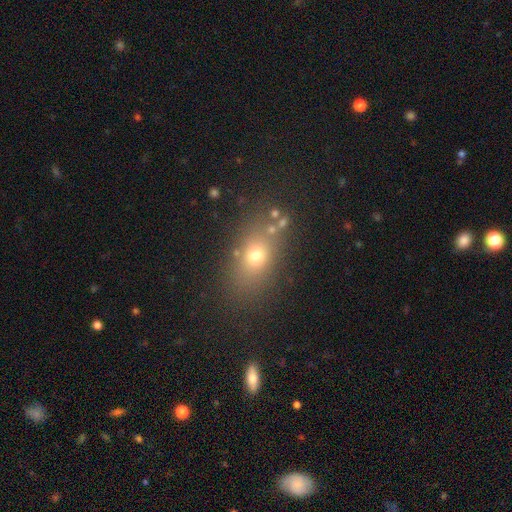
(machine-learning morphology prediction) smooth_or_featured: smooth (p=0.67) [alt: star or artifact p=0.18]
how_rounded: in between (p=0.67) [alt: round p=0.29]
merging: none (p=0.76) [alt: minor disturbance p=0.12]